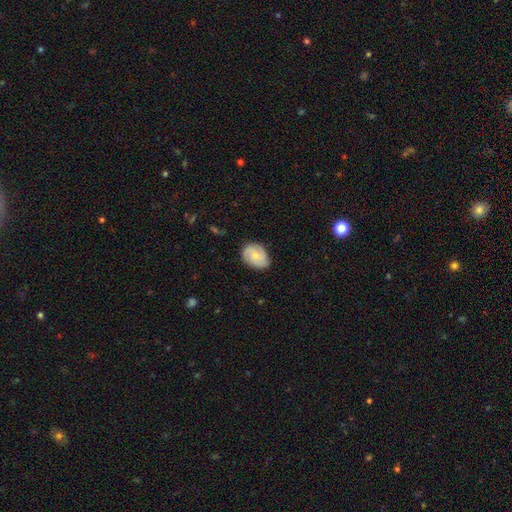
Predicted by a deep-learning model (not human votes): featured or disk 51%, smooth 42%, star or artifact 7%. Down the decision tree: edge-on disk — no (97%); merging — none (75%).